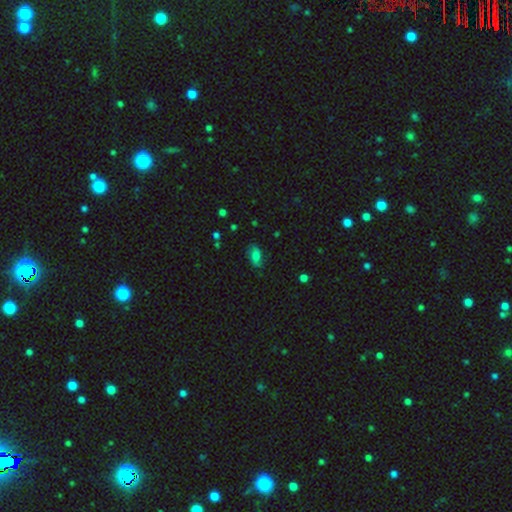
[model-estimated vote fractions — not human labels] This appears to be a smooth galaxy with no disk features (65%) that is in between round and cigar-shaped (87%). Merging: none (75%).